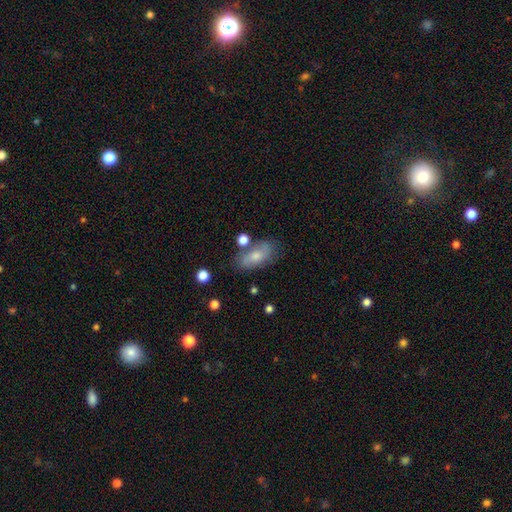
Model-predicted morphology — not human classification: Overall: smooth (60%; featured or disk 32%). How rounded: in between (85%). Merging: none (63%).